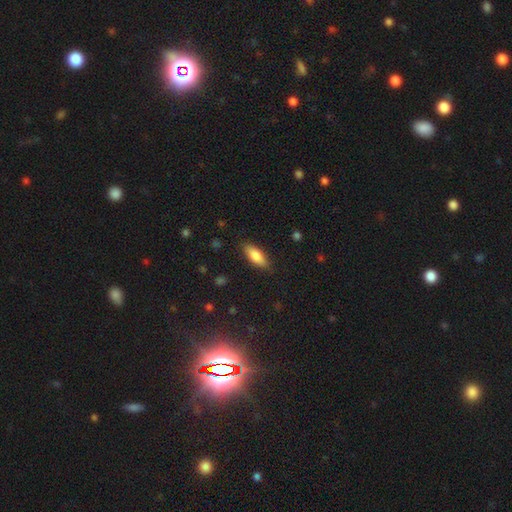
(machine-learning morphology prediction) smooth-or-featured: smooth: 80% | featured or disk: 13% | star or artifact: 6%
  how-rounded: in between: 75% | cigar-shaped: 23% | round: 2%
  merging: none: 86% | minor disturbance: 10% | major disturbance: 2% | merger: 1%